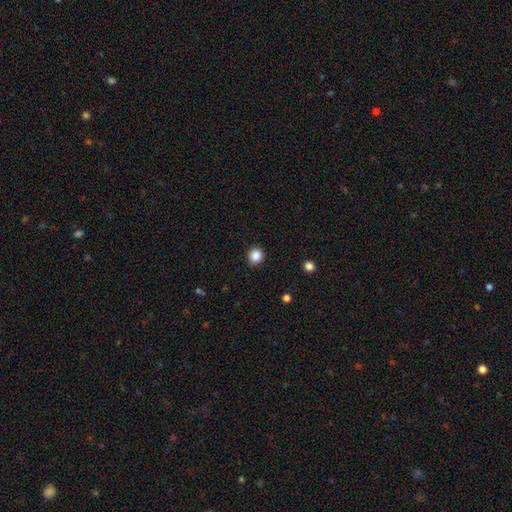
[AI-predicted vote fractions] Q: Smooth or featured?
A: smooth (86%); runner-up: star or artifact (11%)
Q: How rounded?
A: round (87%); runner-up: in between (12%)
Q: Merging?
A: none (90%); runner-up: minor disturbance (7%)